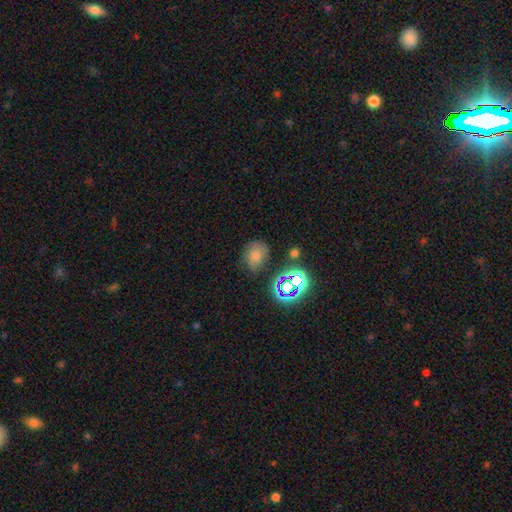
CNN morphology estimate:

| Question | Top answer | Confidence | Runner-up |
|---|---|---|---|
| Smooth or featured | smooth | 62% | star or artifact (24%) |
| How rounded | in between | 53% | round (46%) |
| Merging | none | 64% | minor disturbance (23%) |